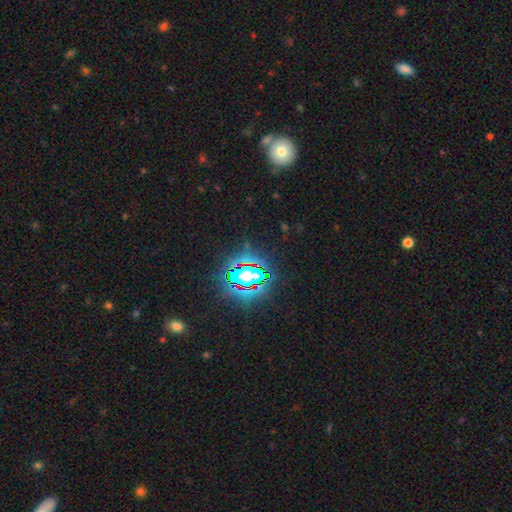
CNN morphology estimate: Smooth or featured?
  - star or artifact: 80% *
  - smooth: 13%
  - featured or disk: 8%